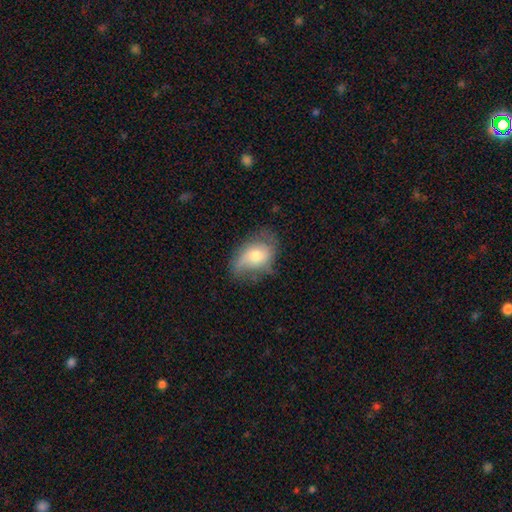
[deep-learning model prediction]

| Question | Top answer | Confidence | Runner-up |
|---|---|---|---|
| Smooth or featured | smooth | 54% | featured or disk (38%) |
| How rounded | in between | 79% | round (19%) |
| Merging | none | 49% | minor disturbance (33%) |